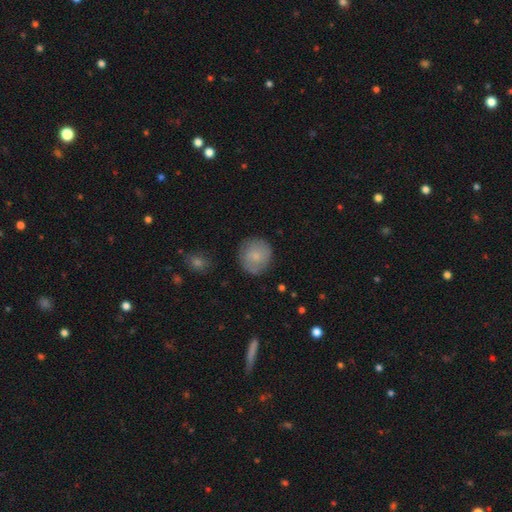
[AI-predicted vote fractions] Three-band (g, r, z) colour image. It shows a smooth galaxy with no disk features (74%) that is round (87%). Merging: none (81%).